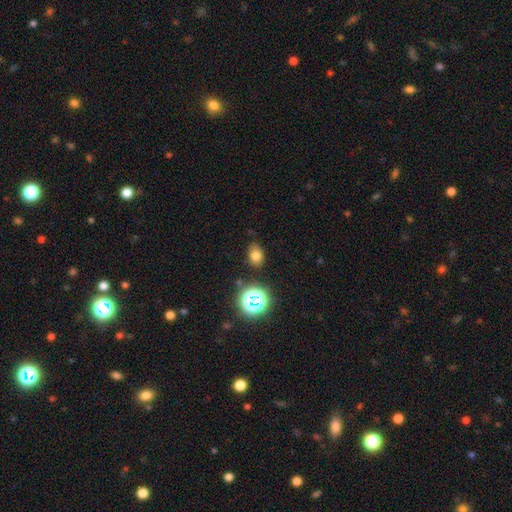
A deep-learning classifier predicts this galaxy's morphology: smooth-or-featured: smooth: 72% | star or artifact: 19% | featured or disk: 9%
  how-rounded: in between: 66% | round: 33% | cigar-shaped: 1%
  merging: none: 80% | minor disturbance: 14% | major disturbance: 3% | merger: 3%